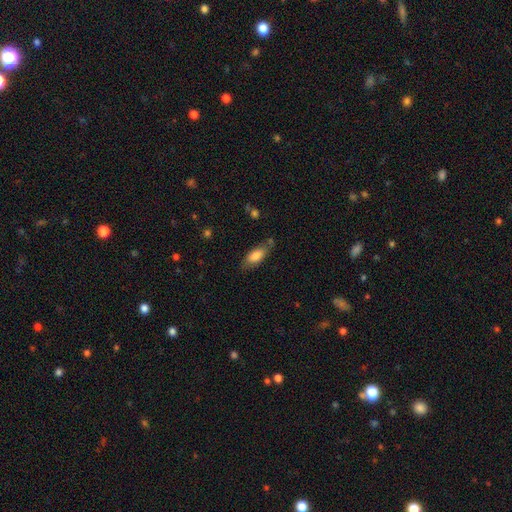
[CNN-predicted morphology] Q: Smooth or featured?
A: smooth (78%); runner-up: featured or disk (16%)
Q: How rounded?
A: in between (79%); runner-up: cigar-shaped (19%)
Q: Merging?
A: none (68%); runner-up: minor disturbance (22%)